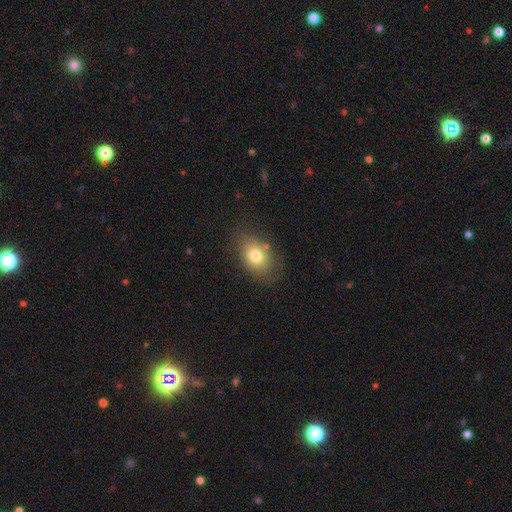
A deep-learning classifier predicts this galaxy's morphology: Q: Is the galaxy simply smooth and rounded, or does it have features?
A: smooth — 76%.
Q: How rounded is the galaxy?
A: in between — 70%.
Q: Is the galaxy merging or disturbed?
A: none — 75%.